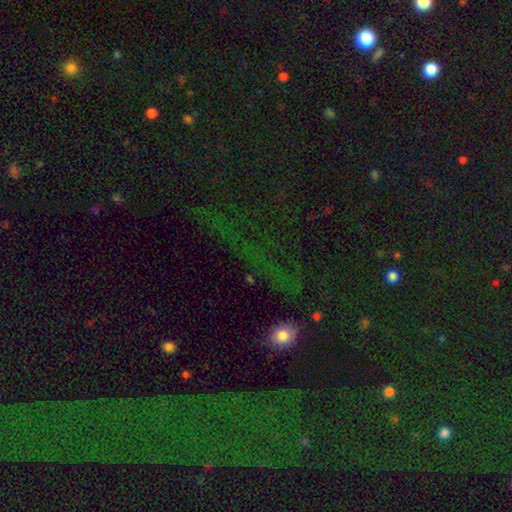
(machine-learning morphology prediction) The model was most divided on "smooth or featured": star or artifact: 75%, smooth: 14%, featured or disk: 11%.